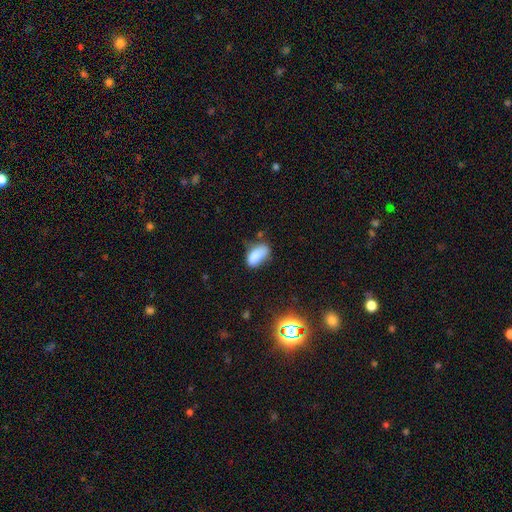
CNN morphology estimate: smooth_or_featured: smooth (p=0.82) [alt: star or artifact p=0.09]
how_rounded: in between (p=0.89) [alt: cigar-shaped p=0.07]
merging: none (p=0.45) [alt: minor disturbance p=0.34]